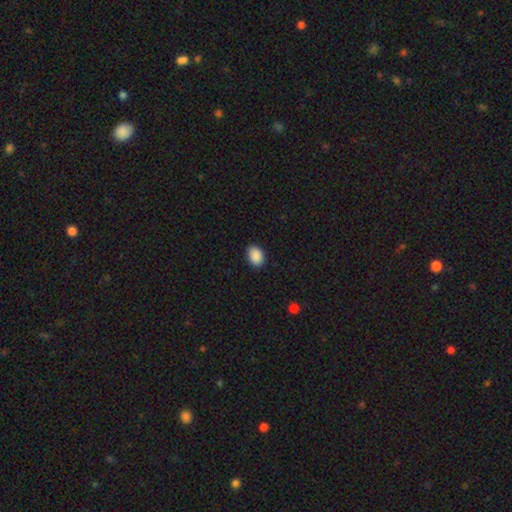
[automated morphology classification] The model was most divided on "how rounded": in between: 73%, round: 26%, cigar-shaped: 1%. More confident: smooth or featured — smooth (90%); merging — none (88%).